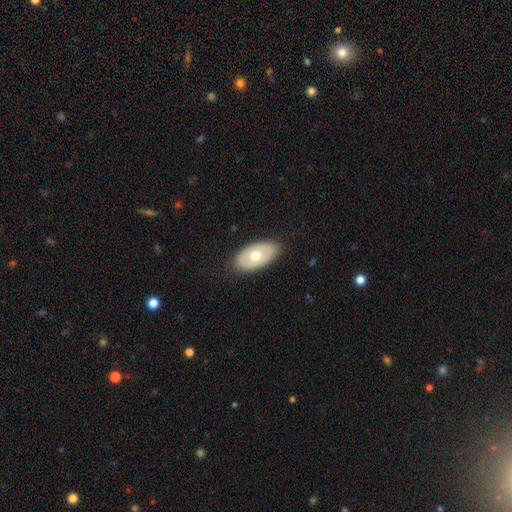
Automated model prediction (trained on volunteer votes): A smooth galaxy with no disk features (59%) that is in between round and cigar-shaped (93%).

Vote fractions:
- Smooth or featured? smooth: 59% / featured or disk: 36% / star or artifact: 6%
- How rounded? in between: 93% / round: 5% / cigar-shaped: 2%
- Merging? none: 85% / minor disturbance: 12% / major disturbance: 3% / merger: 1%